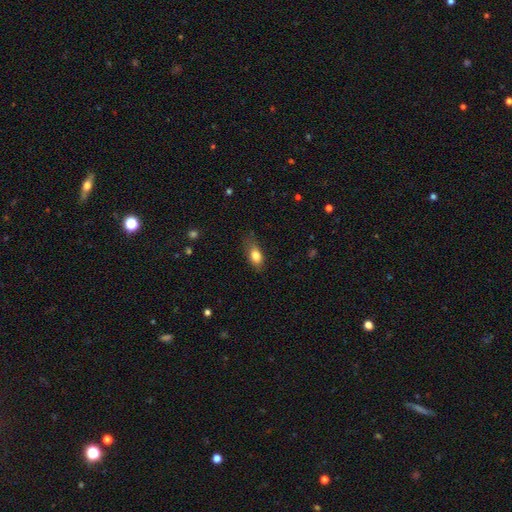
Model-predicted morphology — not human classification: Smooth or featured: smooth — 81% (featured or disk — 11%)
How rounded: in between — 81% (cigar-shaped — 9%)
Merging: none — 64% (minor disturbance — 26%)